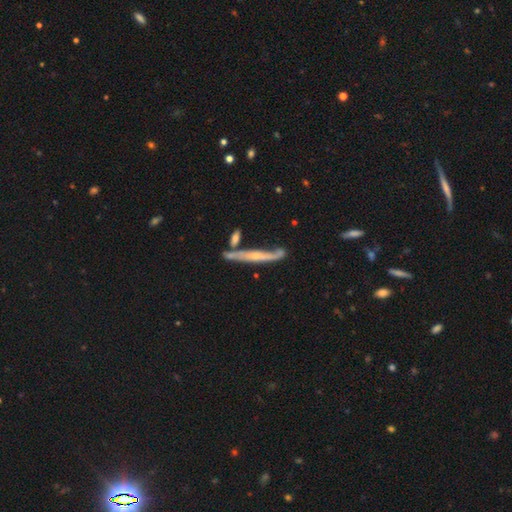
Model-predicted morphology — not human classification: This appears to be a featured or disk galaxy (69%) viewed edge-on (84%) with a rounded central bulge (63%). Merging: none (56%).